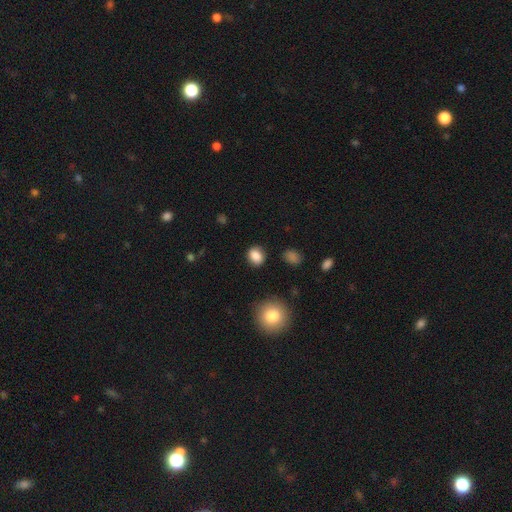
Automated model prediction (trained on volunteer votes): smooth_or_featured: smooth (p=0.85) [alt: star or artifact p=0.10]
how_rounded: round (p=0.59) [alt: in between p=0.39]
merging: none (p=0.87) [alt: minor disturbance p=0.09]